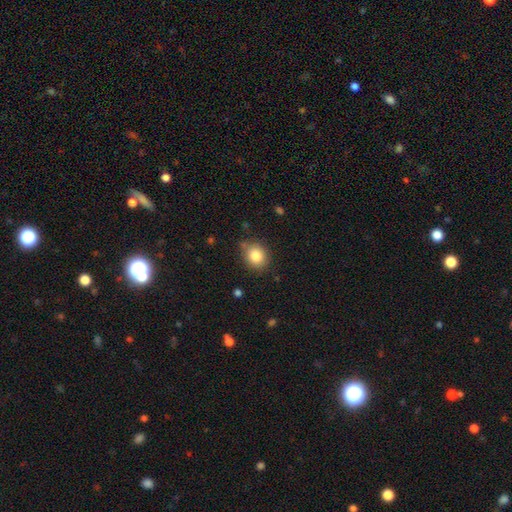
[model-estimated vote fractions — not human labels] Smooth or featured? smooth (84%)
How rounded? round (70%)
Merging? none (76%)